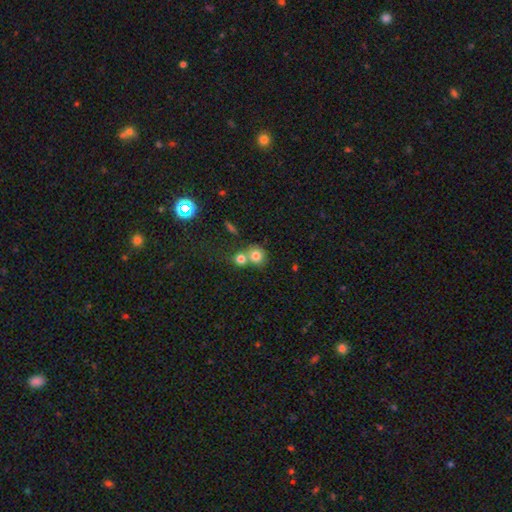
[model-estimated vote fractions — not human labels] This is likely a smooth galaxy (77%). How rounded: clearly round (84%). Merging: possibly merger (46%).